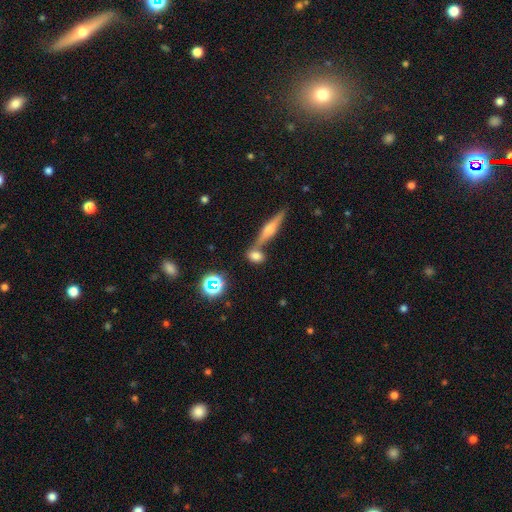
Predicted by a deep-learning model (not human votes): smooth 68%, featured or disk 18%, star or artifact 13%. Down the decision tree: how rounded — in between (58%); merging — none (56%).